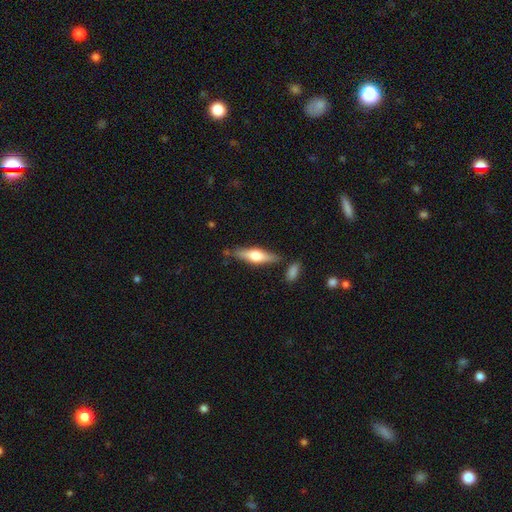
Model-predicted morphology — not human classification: Q: Smooth or featured?
A: featured or disk (50%); runner-up: smooth (44%)
Q: Edge-on disk?
A: yes (92%); runner-up: no (8%)
Q: Merging?
A: none (77%); runner-up: minor disturbance (13%)